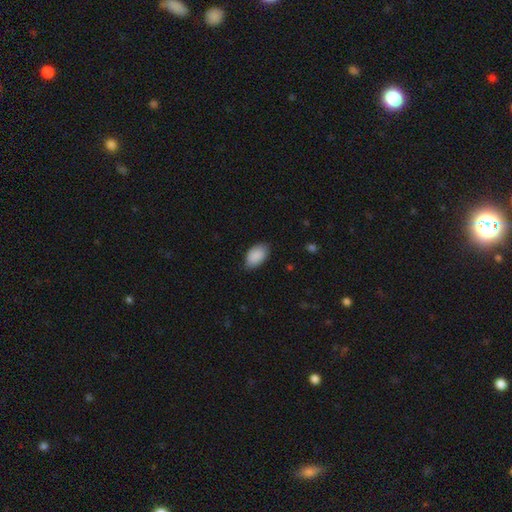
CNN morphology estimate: Smooth or featured: smooth — 89% (star or artifact — 6%)
How rounded: in between — 94% (round — 5%)
Merging: none — 79% (minor disturbance — 18%)